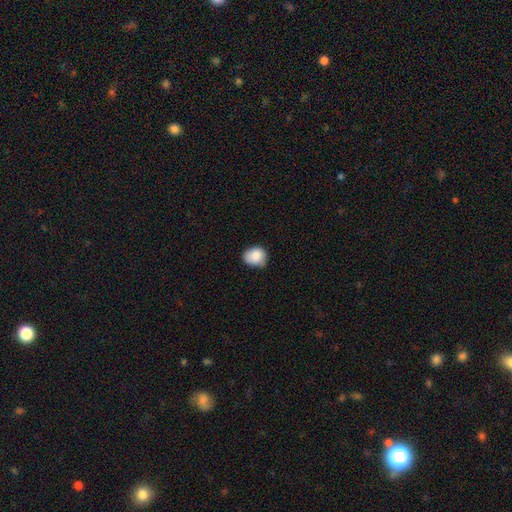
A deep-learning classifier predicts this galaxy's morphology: Smooth or featured: smooth — 85% (star or artifact — 8%)
How rounded: round — 66% (in between — 33%)
Merging: none — 65% (minor disturbance — 29%)